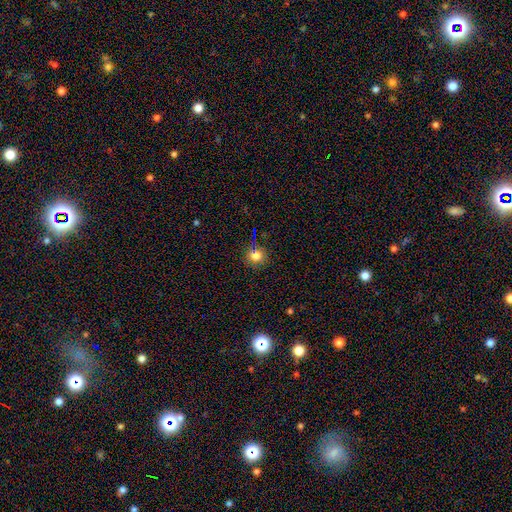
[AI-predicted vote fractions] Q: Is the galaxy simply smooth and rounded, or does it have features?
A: smooth — 71%.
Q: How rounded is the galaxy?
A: round — 86%.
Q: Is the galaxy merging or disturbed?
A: none — 84%.